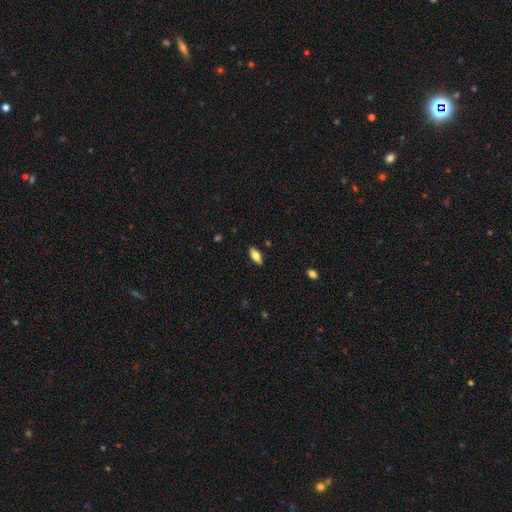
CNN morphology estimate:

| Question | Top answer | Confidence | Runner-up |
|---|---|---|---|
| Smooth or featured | smooth | 73% | featured or disk (20%) |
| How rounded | in between | 85% | cigar-shaped (13%) |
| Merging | none | 88% | minor disturbance (9%) |